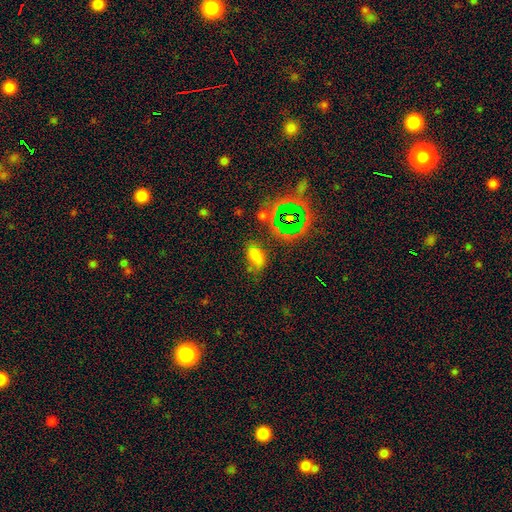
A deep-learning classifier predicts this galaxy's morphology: type=smooth (68%); roundness=in between (89%); merging=none (58%).